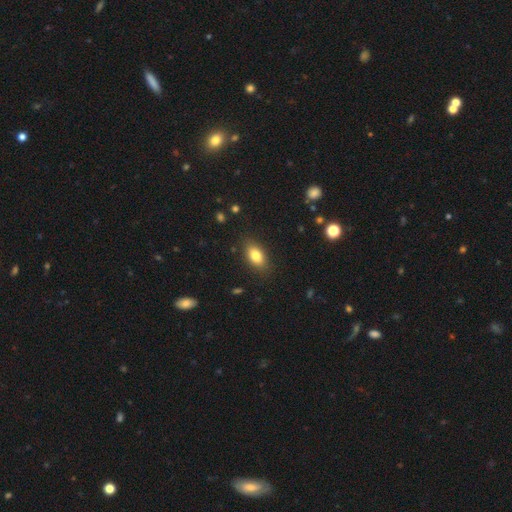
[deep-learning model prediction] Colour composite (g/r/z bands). It shows a smooth galaxy with no disk features (80%) that is in between round and cigar-shaped (86%). Merging: none (85%).